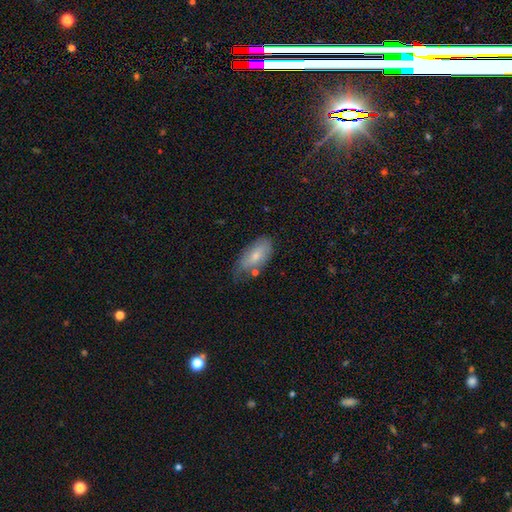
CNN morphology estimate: smooth-or-featured: smooth: 68% | featured or disk: 25% | star or artifact: 6%
  how-rounded: in between: 88% | cigar-shaped: 9% | round: 3%
  merging: none: 52% | minor disturbance: 33% | major disturbance: 9% | merger: 7%